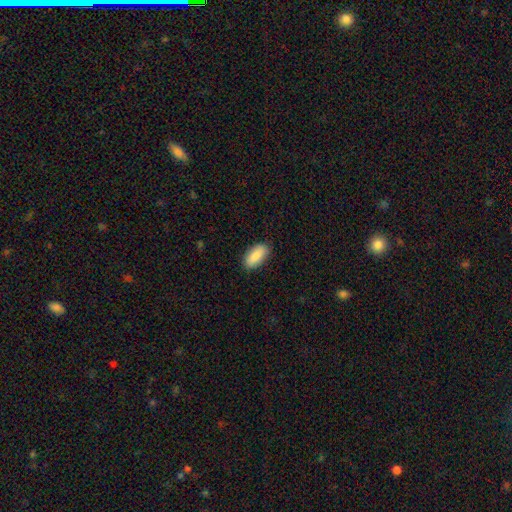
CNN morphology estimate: type=smooth (89%); roundness=in between (89%); merging=none (88%).